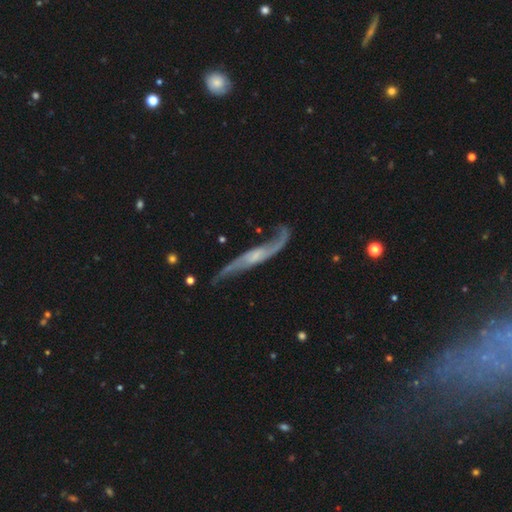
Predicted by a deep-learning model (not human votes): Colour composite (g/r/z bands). It shows a featured or disk galaxy (84%) with no bar (55%), 2 (89%) loose (85%) spiral arms (93%) and a small central bulge (55%). Merging: none (60%).